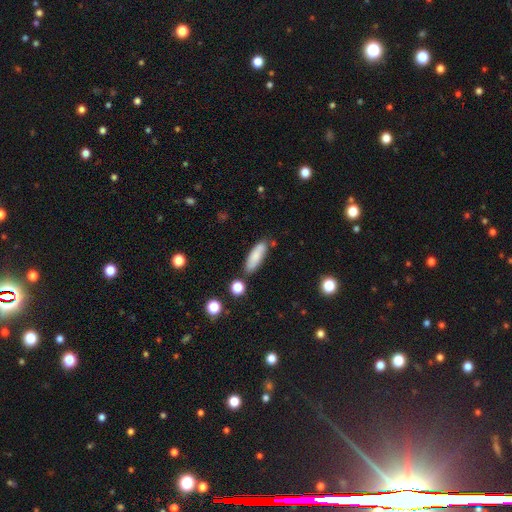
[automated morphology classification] Smooth or featured? smooth (80%)
How rounded? in between (51%)
Merging? none (75%)